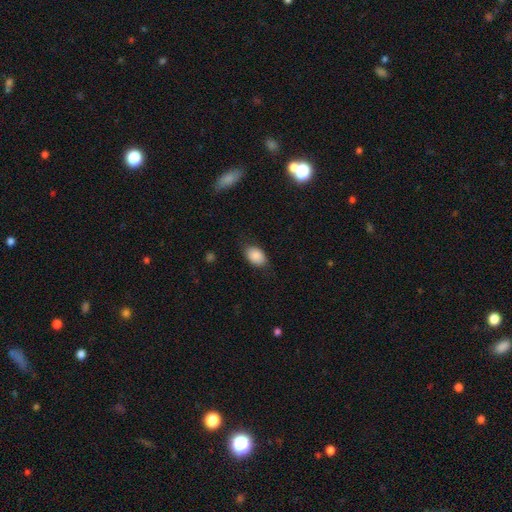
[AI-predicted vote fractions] smooth 88%, star or artifact 7%, featured or disk 5%. Down the decision tree: how rounded — in between (86%); merging — none (78%).